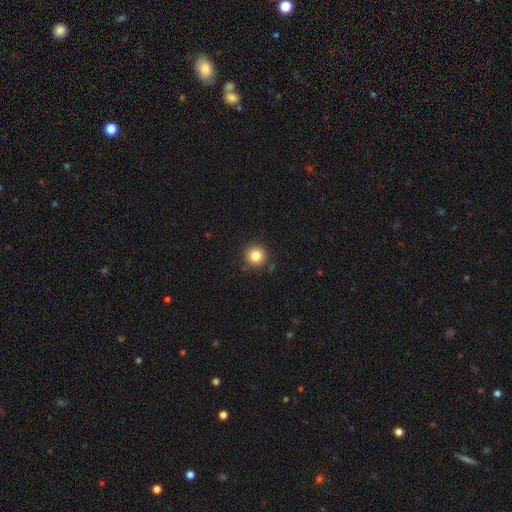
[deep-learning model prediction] The model was most divided on "smooth or featured": smooth: 83%, star or artifact: 11%, featured or disk: 6%. More confident: how rounded — round (95%); merging — none (88%).